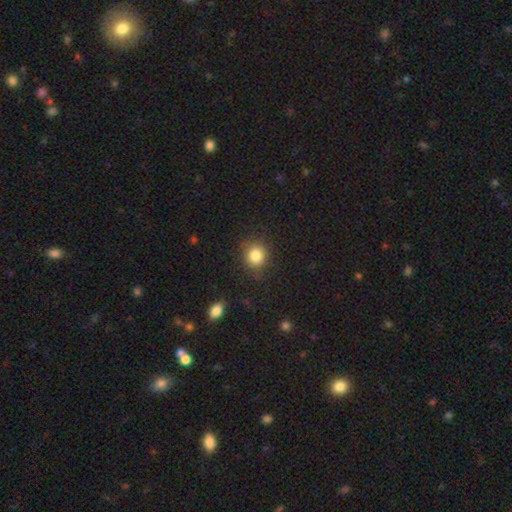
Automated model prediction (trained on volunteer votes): The model was most divided on "how rounded": round: 80%, in between: 19%, cigar-shaped: 1%. More confident: smooth or featured — smooth (84%); merging — none (83%).